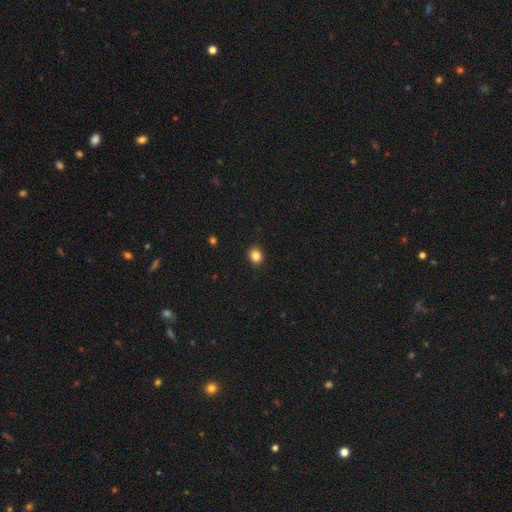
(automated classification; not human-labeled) Smooth or featured? smooth (85%)
How rounded? round (61%)
Merging? none (90%)